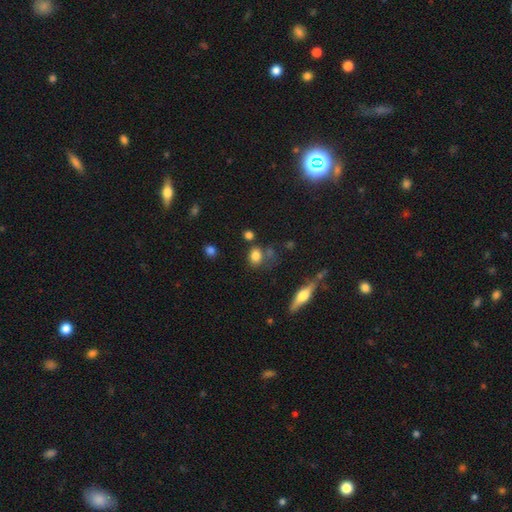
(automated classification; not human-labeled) This is likely a smooth galaxy (79%). How rounded: possibly in between (54%). Merging: likely none (63%).